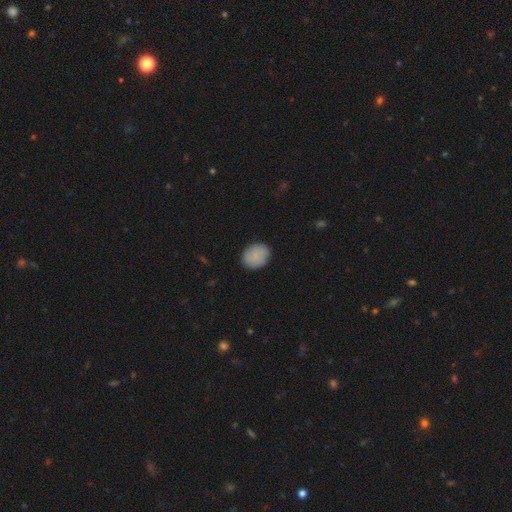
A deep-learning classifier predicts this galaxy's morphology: smooth_or_featured: smooth (p=0.87) [alt: star or artifact p=0.07]
how_rounded: round (p=0.57) [alt: in between p=0.42]
merging: none (p=0.87) [alt: minor disturbance p=0.10]